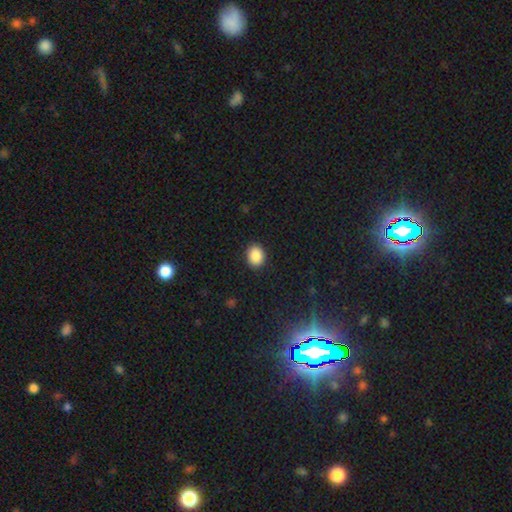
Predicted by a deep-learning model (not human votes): Morphology: type=smooth (88%); roundness=in between (55%); merging=none (90%).